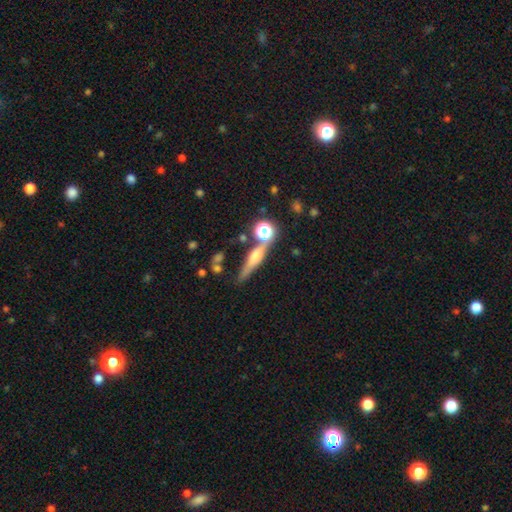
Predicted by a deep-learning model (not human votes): The model was most divided on "smooth or featured": featured or disk: 53%, smooth: 34%, star or artifact: 13%. More confident: edge-on disk — yes (91%); merging — none (70%).